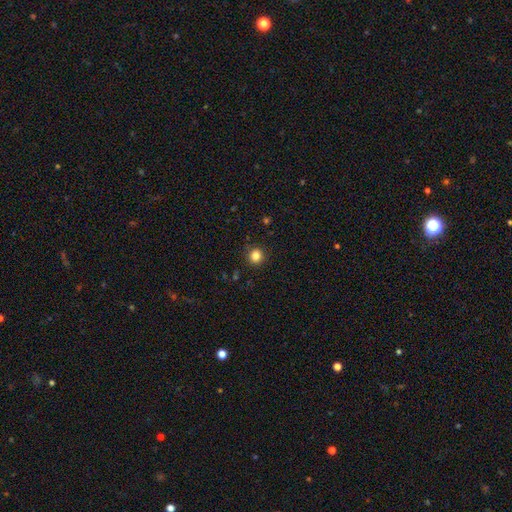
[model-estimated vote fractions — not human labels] A smooth galaxy with no disk features (84%) that is round (90%). Merging: none (89%).